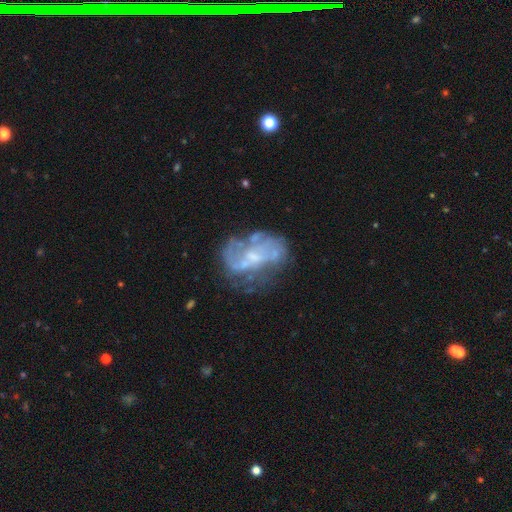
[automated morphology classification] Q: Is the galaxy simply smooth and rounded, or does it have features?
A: featured or disk — 64%.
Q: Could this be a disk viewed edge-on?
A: no — 95%.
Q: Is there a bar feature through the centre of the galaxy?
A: no — 61%.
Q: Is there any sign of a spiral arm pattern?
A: no — 53%.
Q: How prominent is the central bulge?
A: small — 56%.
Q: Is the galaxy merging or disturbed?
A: none — 46%.